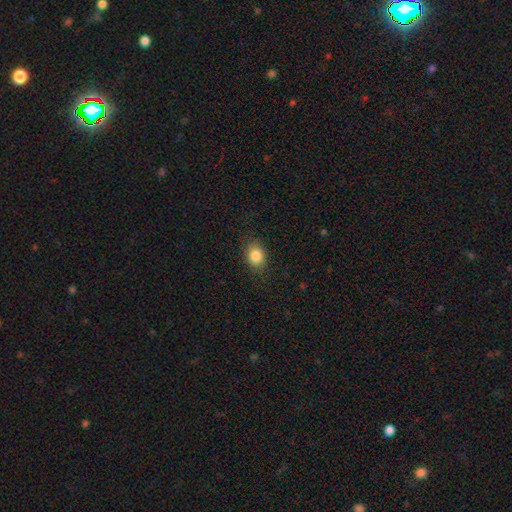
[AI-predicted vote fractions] A smooth galaxy with no disk features (85%) that is in between round and cigar-shaped (58%).

Vote fractions:
- Smooth or featured? smooth: 85% / star or artifact: 9% / featured or disk: 6%
- How rounded? in between: 58% / round: 41% / cigar-shaped: 1%
- Merging? none: 83% / minor disturbance: 12% / major disturbance: 3% / merger: 1%